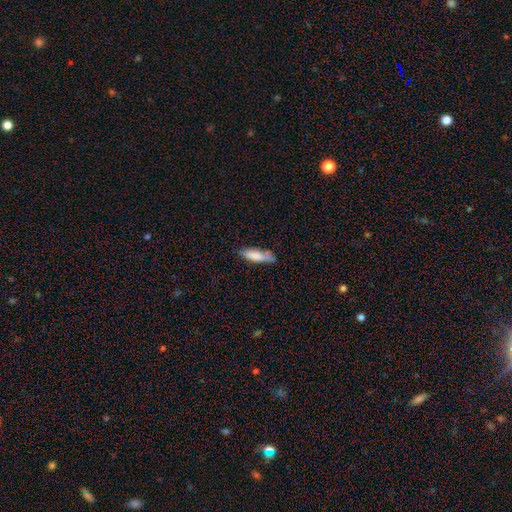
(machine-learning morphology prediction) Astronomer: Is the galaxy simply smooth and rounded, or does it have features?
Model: smooth — 79%.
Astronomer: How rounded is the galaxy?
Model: cigar-shaped — 58% (runner-up: in between, 40%).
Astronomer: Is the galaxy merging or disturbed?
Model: none — 62%.